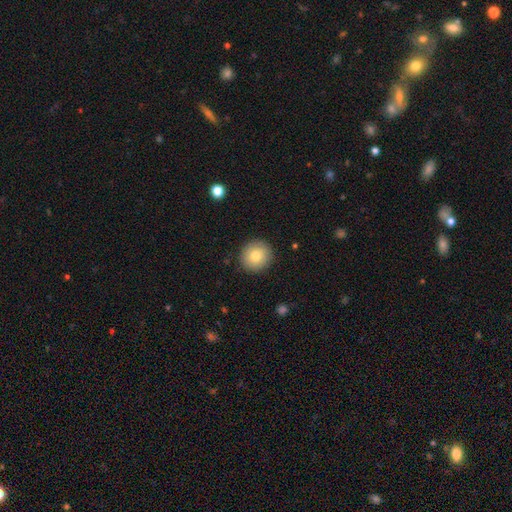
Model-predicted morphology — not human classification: This appears to be a smooth galaxy with no disk features (79%) that is round (89%). Merging: none (90%).